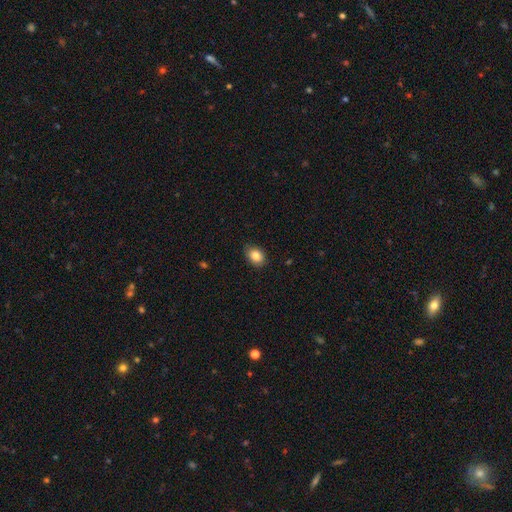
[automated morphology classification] Smooth or featured? Predicted: smooth (p=0.85). How rounded? Predicted: in between (p=0.71). Merging? Predicted: none (p=0.83).